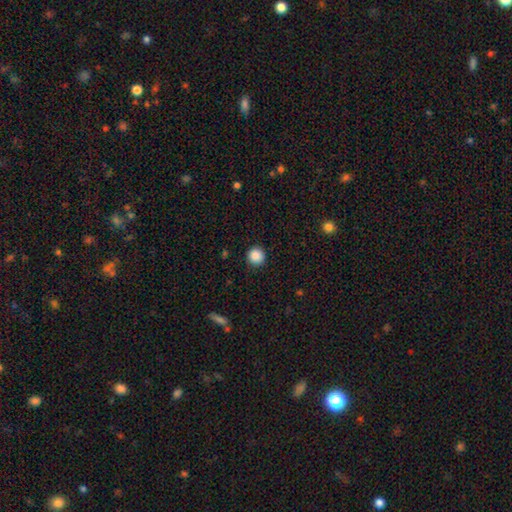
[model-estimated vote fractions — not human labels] The model was most divided on "smooth or featured": smooth: 88%, star or artifact: 9%, featured or disk: 3%. More confident: how rounded — round (95%); merging — none (91%).